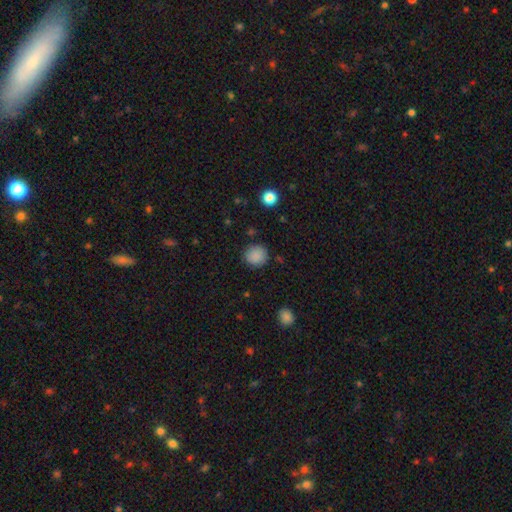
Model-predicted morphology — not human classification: The model was most divided on "merging": none: 85%, minor disturbance: 10%, major disturbance: 3%, merger: 2%. More confident: how rounded — round (92%); smooth or featured — smooth (87%).